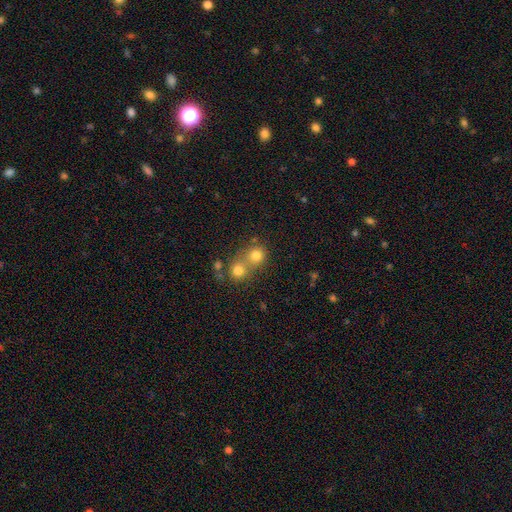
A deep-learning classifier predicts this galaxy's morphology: smooth_or_featured: smooth (p=0.77) [alt: star or artifact p=0.13]
how_rounded: round (p=0.87) [alt: in between p=0.12]
merging: merger (p=0.48) [alt: none p=0.44]